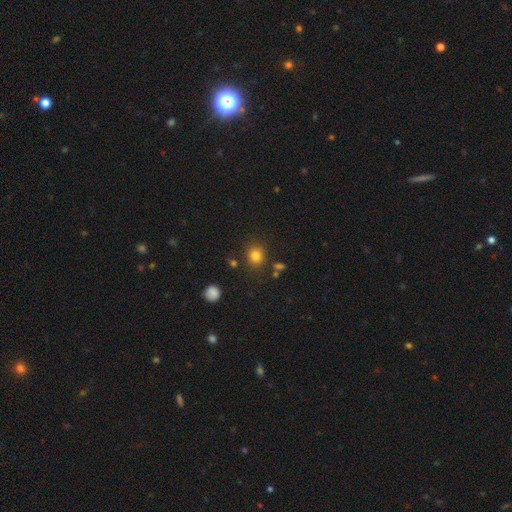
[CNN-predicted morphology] Smooth or featured? Predicted: smooth (p=0.81). How rounded? Predicted: round (p=0.74). Merging? Predicted: none (p=0.83).